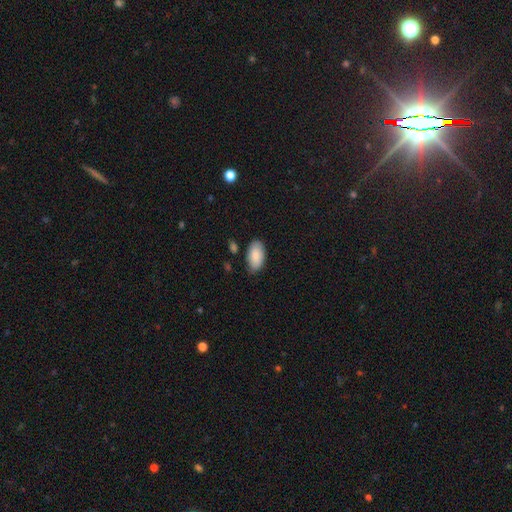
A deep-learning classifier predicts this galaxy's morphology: smooth_or_featured: smooth (p=0.87) [alt: featured or disk p=0.07]
how_rounded: in between (p=0.95) [alt: round p=0.03]
merging: none (p=0.80) [alt: minor disturbance p=0.15]